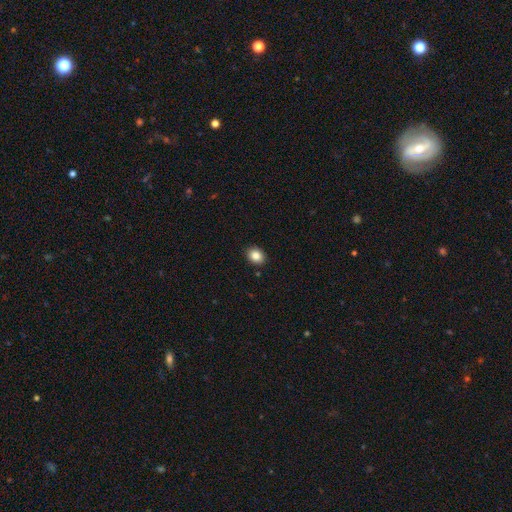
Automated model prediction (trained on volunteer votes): This is clearly a smooth galaxy (86%). How rounded: possibly in between (55%). Merging: clearly none (90%).